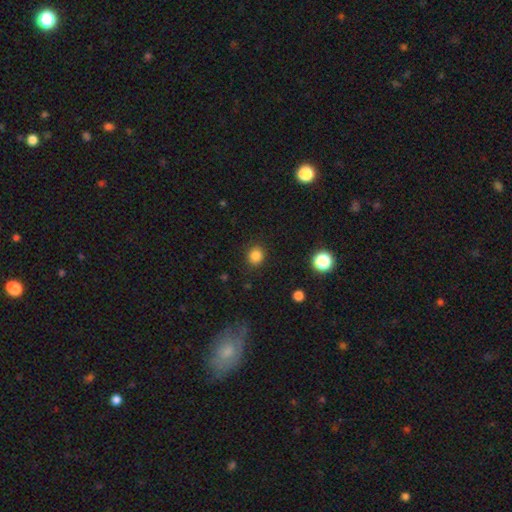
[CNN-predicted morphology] Overall: smooth (84%). How rounded: round (83%). Merging: none (89%).